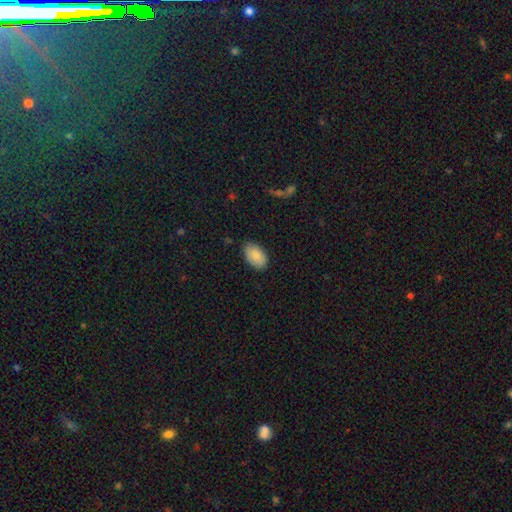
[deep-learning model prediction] This is clearly a smooth galaxy (87%). How rounded: clearly in between (92%). Merging: clearly none (81%).